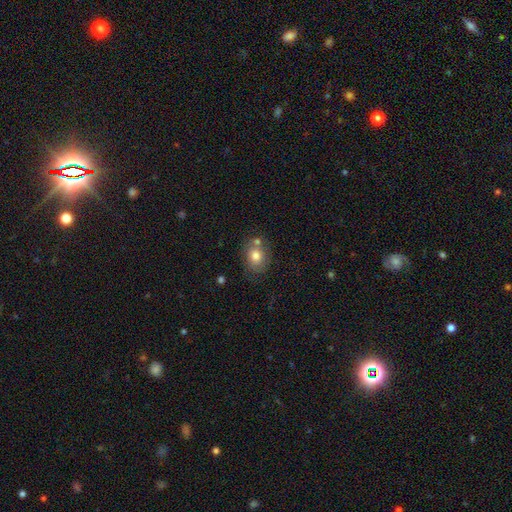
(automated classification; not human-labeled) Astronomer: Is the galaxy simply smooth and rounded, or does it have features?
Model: smooth — 75%.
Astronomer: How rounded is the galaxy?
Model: round — 53% (runner-up: in between, 46%).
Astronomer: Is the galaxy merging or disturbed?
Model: none — 61%.